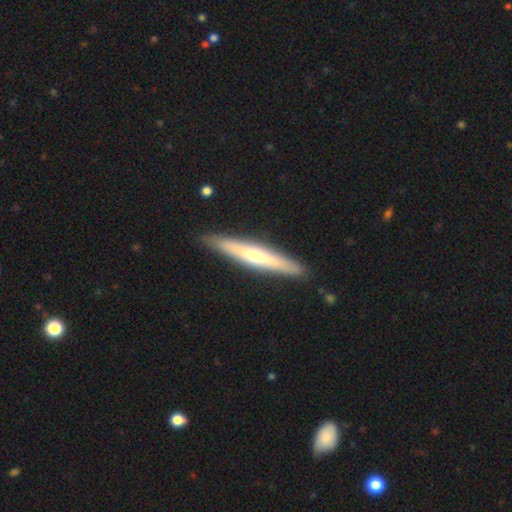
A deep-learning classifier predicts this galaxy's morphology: featured or disk 52%, smooth 43%, star or artifact 5%. Down the decision tree: edge-on disk — yes (94%); merging — none (90%).